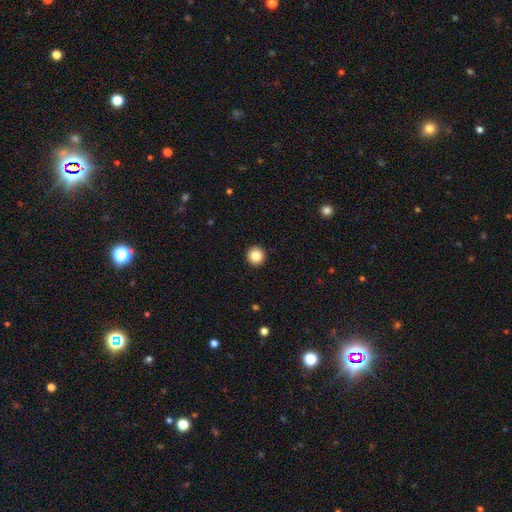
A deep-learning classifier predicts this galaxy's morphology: Smooth or featured? Predicted: smooth (p=0.85). How rounded? Predicted: round (p=0.95). Merging? Predicted: none (p=0.94).